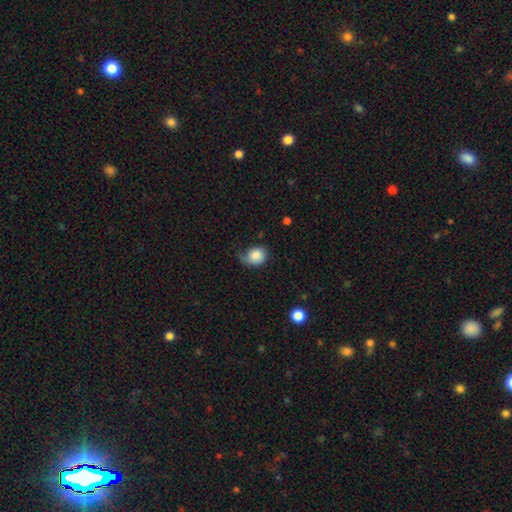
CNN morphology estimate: This appears to be a smooth galaxy with no disk features (80%) that is round (68%). Merging: minor disturbance (38%).